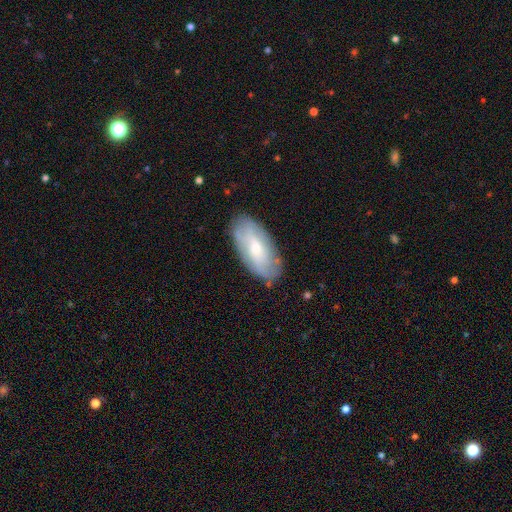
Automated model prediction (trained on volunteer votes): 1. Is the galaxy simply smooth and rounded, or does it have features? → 48% featured or disk, 45% smooth, 7% star or artifact.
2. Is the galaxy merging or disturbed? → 78% none, 16% minor disturbance, 5% major disturbance, 2% merger.